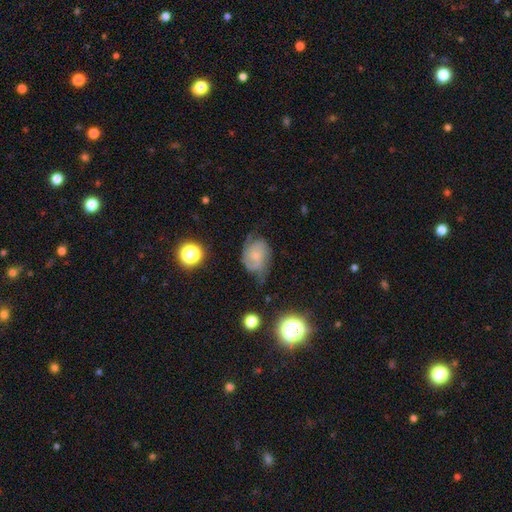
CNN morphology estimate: Q: Smooth or featured?
A: featured or disk (71%); runner-up: smooth (20%)
Q: Edge-on disk?
A: no (97%); runner-up: yes (3%)
Q: Bar?
A: no (71%); runner-up: weak (25%)
Q: Spiral arms?
A: yes (93%); runner-up: no (7%)
Q: Spiral winding?
A: medium (43%); runner-up: tight (40%)
Q: Spiral arm count?
A: 2 (60%); runner-up: can't tell (18%)
Q: Bulge size?
A: small (56%); runner-up: moderate (27%)
Q: Merging?
A: none (51%); runner-up: minor disturbance (29%)